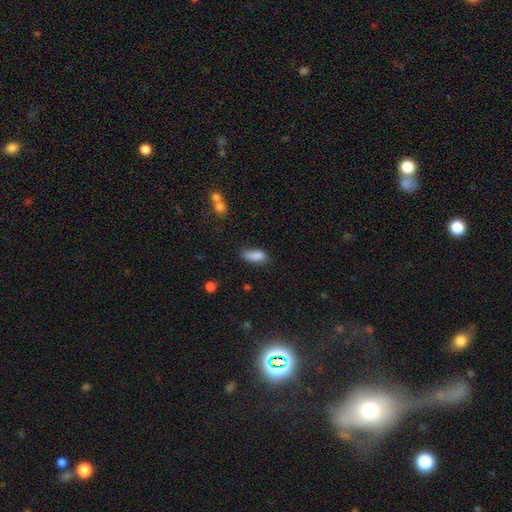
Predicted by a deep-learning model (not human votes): smooth-or-featured: smooth: 87% | star or artifact: 8% | featured or disk: 5%
  how-rounded: in between: 82% | cigar-shaped: 15% | round: 3%
  merging: none: 65% | minor disturbance: 25% | major disturbance: 6% | merger: 4%